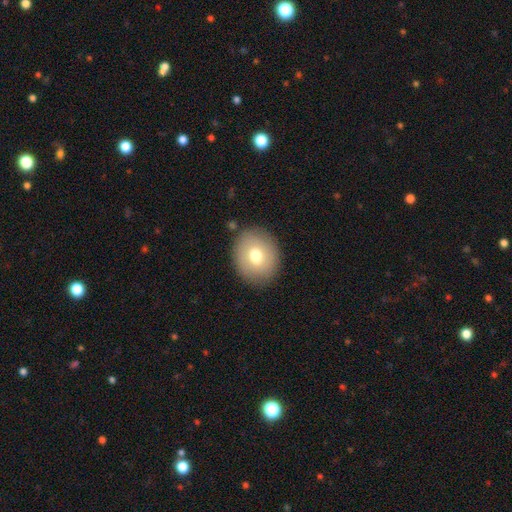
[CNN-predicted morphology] smooth 72%, featured or disk 19%, star or artifact 9%. Down the decision tree: how rounded — round (63%); merging — none (85%).